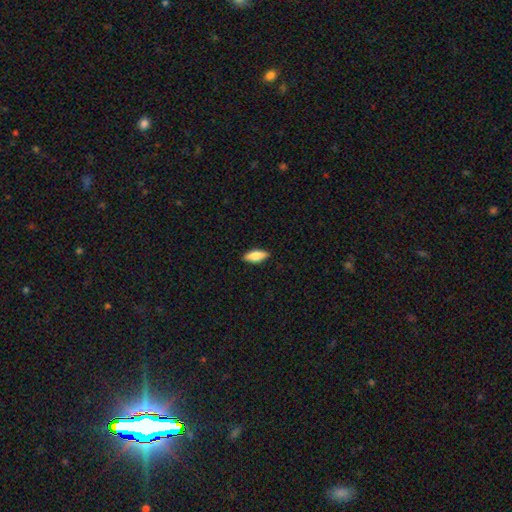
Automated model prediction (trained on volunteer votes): This is likely a smooth galaxy (78%). How rounded: likely in between (75%). Merging: clearly none (89%).